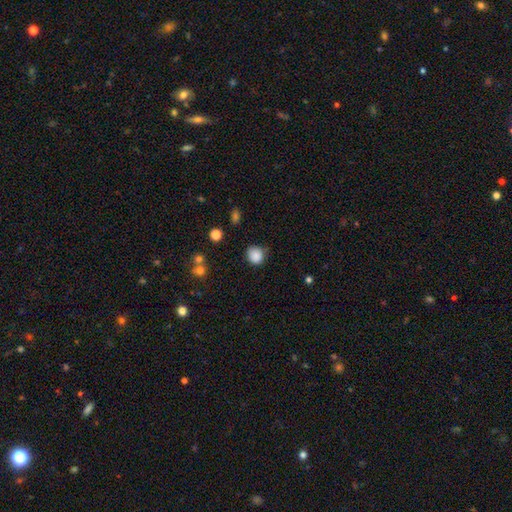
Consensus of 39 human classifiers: A smooth galaxy with no disk features (90%) that is round (74%). Merging: none (78%).